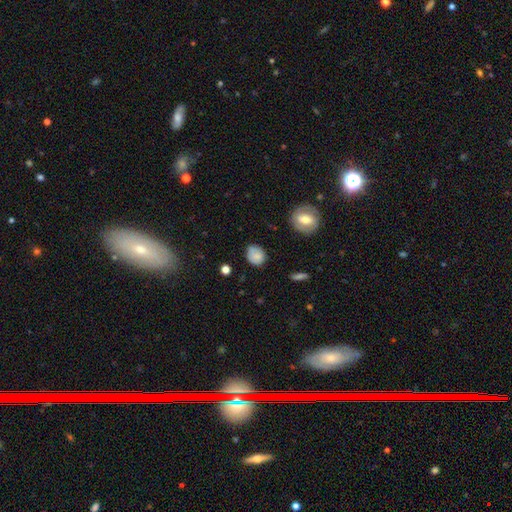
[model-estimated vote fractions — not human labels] This is likely a smooth galaxy (77%). How rounded: likely round (64%). Merging: likely none (65%).